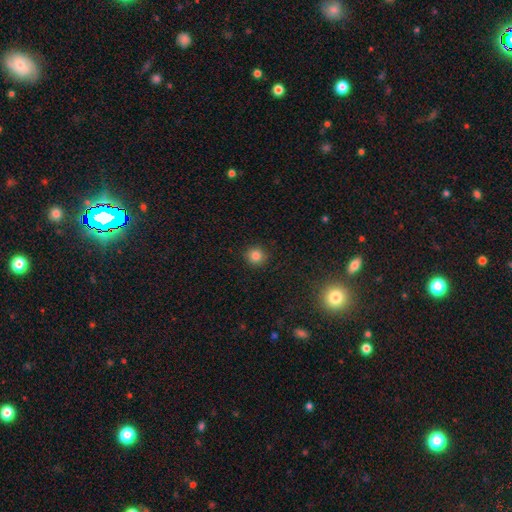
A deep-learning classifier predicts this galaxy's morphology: smooth_or_featured: smooth (p=0.84) [alt: star or artifact p=0.12]
how_rounded: round (p=0.93) [alt: in between p=0.06]
merging: none (p=0.91) [alt: minor disturbance p=0.06]